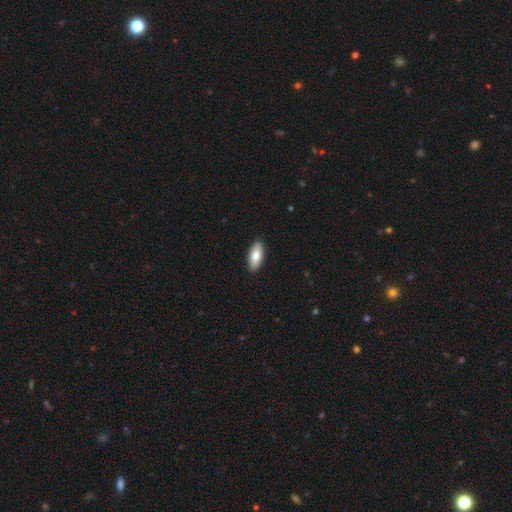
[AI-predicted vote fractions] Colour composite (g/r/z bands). It shows a smooth galaxy with no disk features (78%) that is in between round and cigar-shaped (81%). Merging: none (90%).